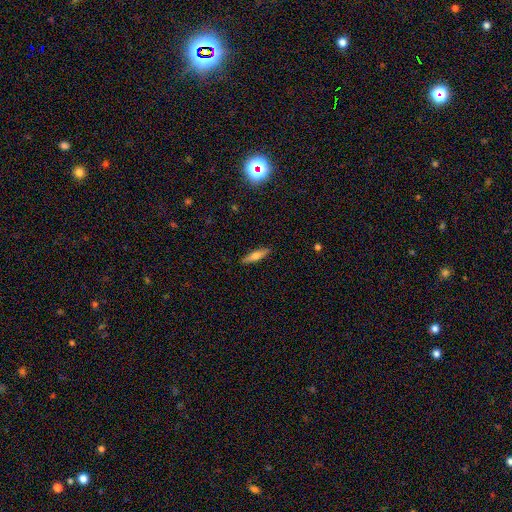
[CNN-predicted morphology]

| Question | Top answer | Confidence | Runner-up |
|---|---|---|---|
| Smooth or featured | smooth | 57% | featured or disk (36%) |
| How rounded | cigar-shaped | 74% | in between (24%) |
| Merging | none | 89% | minor disturbance (8%) |